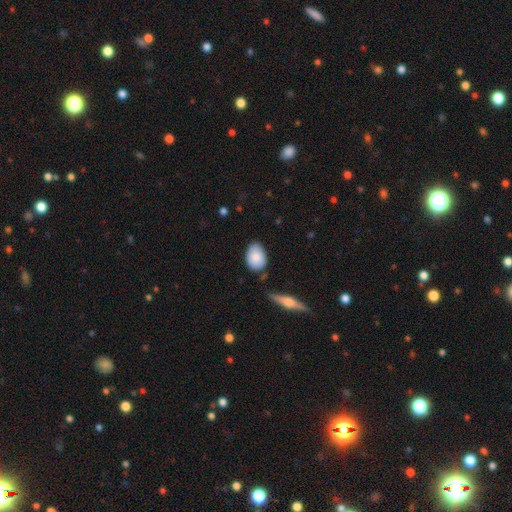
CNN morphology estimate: type=smooth (82%); roundness=in between (81%); merging=none (72%).